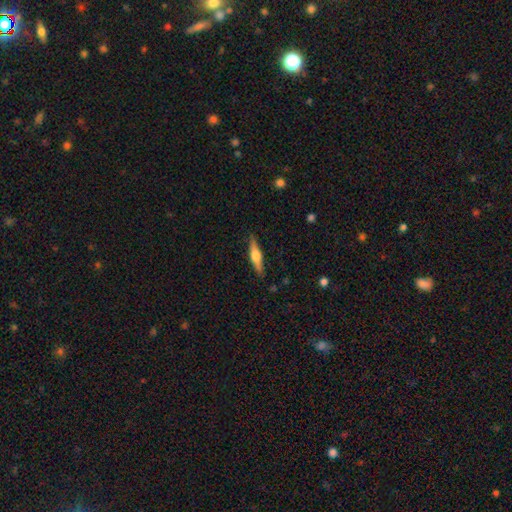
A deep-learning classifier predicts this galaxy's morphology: smooth_or_featured: featured or disk (p=0.54) [alt: smooth p=0.41]
disk_edge_on: yes (p=0.96) [alt: no p=0.04]
edge_on_bulge: rounded (p=0.91) [alt: boxy p=0.06]
merging: none (p=0.88) [alt: minor disturbance p=0.09]